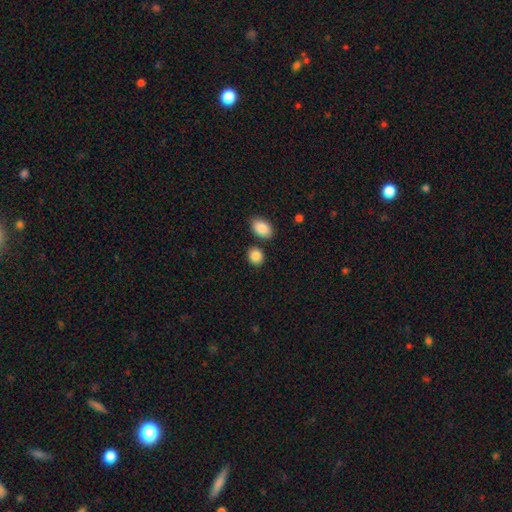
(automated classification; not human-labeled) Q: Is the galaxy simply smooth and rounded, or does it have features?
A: smooth — 87%.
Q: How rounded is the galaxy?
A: round — 63%.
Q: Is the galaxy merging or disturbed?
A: none — 77%.